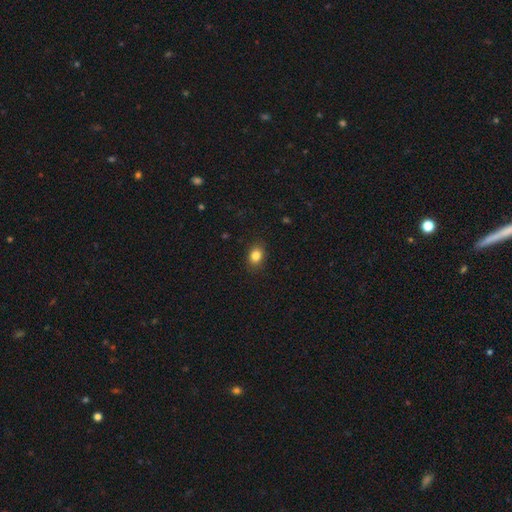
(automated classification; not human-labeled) Morphology: type=smooth (84%); roundness=in between (60%); merging=none (88%).